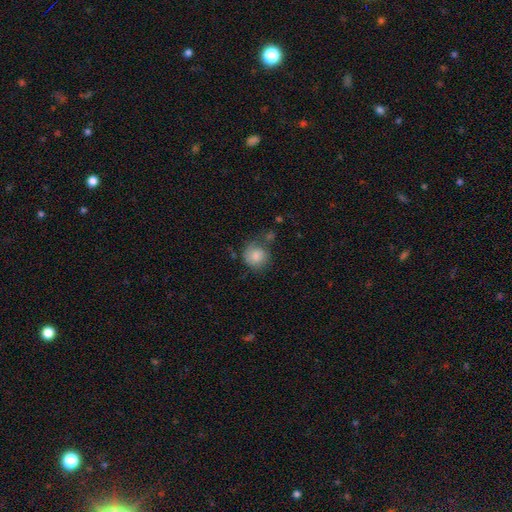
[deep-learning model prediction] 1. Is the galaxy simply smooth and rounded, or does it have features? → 80% smooth, 12% featured or disk, 8% star or artifact.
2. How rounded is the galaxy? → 85% round, 14% in between, 1% cigar-shaped.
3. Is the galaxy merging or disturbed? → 53% none, 25% minor disturbance, 13% major disturbance, 9% merger.